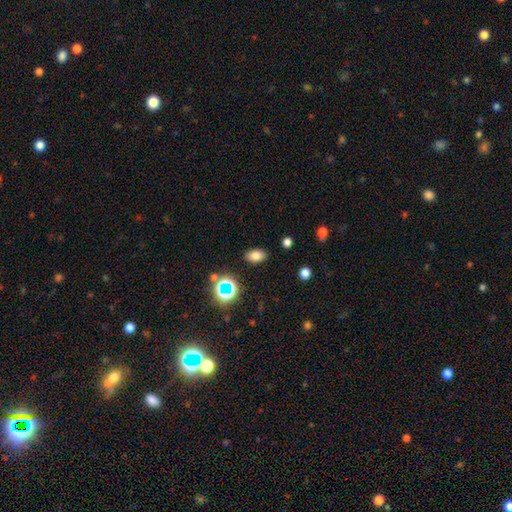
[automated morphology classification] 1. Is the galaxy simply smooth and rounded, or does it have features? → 76% smooth, 16% star or artifact, 9% featured or disk.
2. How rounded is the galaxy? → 87% in between, 11% round, 2% cigar-shaped.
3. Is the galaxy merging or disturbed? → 86% none, 9% minor disturbance, 3% major disturbance, 2% merger.